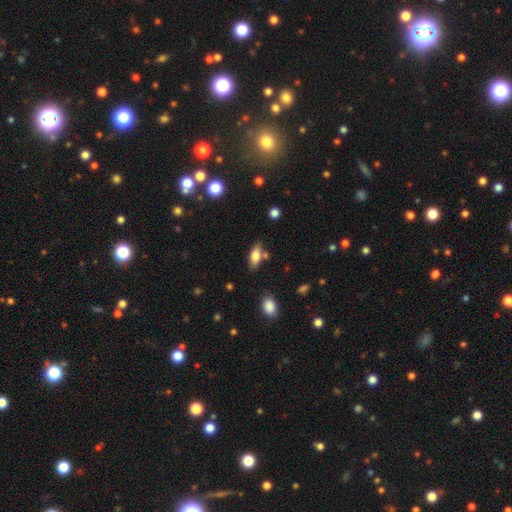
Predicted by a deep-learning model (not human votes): Q: Smooth or featured?
A: smooth (74%); runner-up: featured or disk (18%)
Q: How rounded?
A: in between (80%); runner-up: cigar-shaped (17%)
Q: Merging?
A: none (69%); runner-up: minor disturbance (16%)